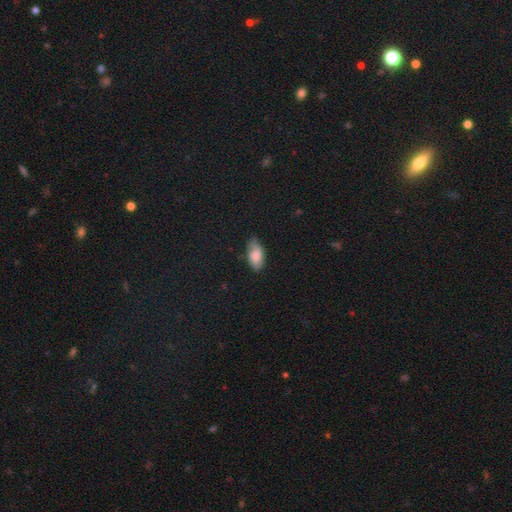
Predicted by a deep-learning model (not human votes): Overall: smooth (79%). How rounded: in between (91%). Merging: none (67%).